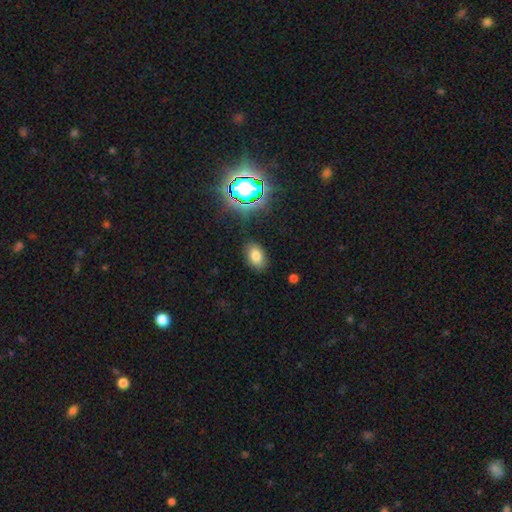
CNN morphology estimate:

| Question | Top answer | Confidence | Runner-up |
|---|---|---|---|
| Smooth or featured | smooth | 75% | star or artifact (17%) |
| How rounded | in between | 88% | round (11%) |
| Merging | none | 85% | minor disturbance (11%) |